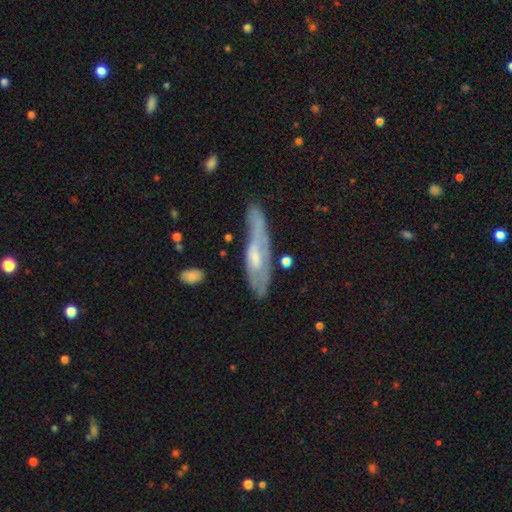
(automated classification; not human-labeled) Smooth or featured?
  - featured or disk: 56% *
  - smooth: 37%
  - star or artifact: 6%
Edge-on disk?
  - no: 60% *
  - yes: 40%
Merging?
  - none: 45% *
  - minor disturbance: 29%
  - major disturbance: 20%
  - merger: 6%